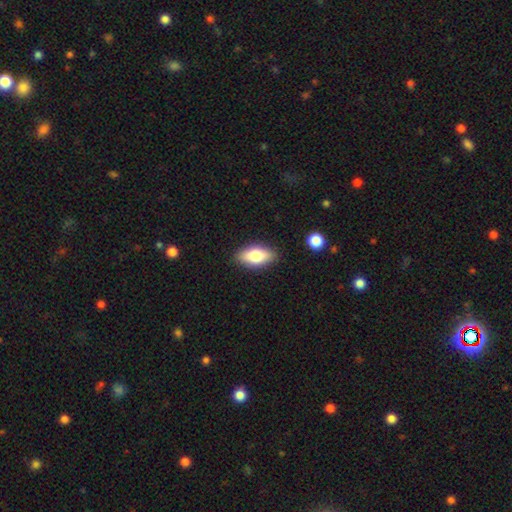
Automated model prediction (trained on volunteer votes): This is likely a smooth galaxy (71%). How rounded: clearly in between (86%). Merging: clearly none (87%).